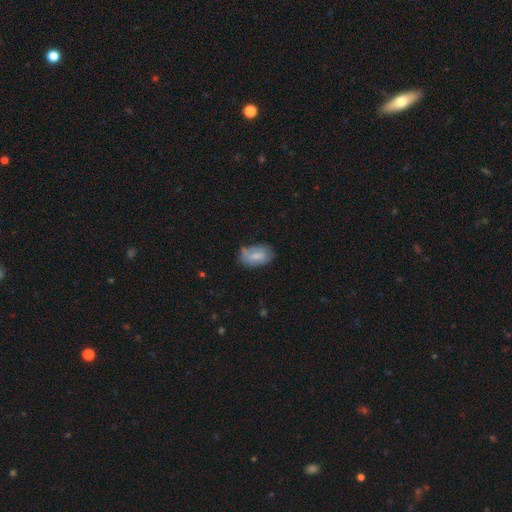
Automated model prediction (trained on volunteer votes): The model was most divided on "merging": none: 56%, minor disturbance: 32%, major disturbance: 9%, merger: 3%. More confident: how rounded — in between (92%); smooth or featured — smooth (69%).